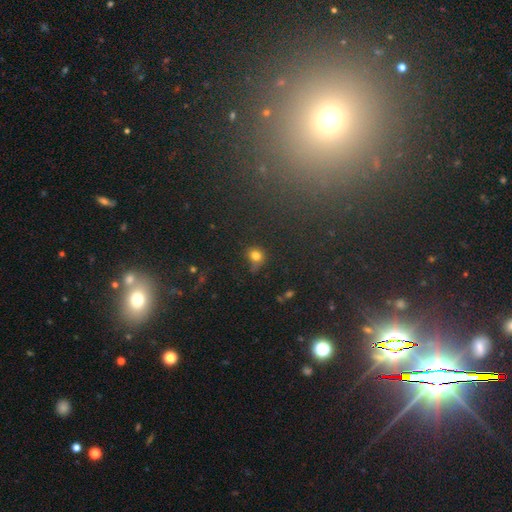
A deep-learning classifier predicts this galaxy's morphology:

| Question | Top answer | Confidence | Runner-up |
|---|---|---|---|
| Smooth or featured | smooth | 76% | star or artifact (16%) |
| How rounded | round | 77% | in between (21%) |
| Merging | none | 57% | minor disturbance (24%) |